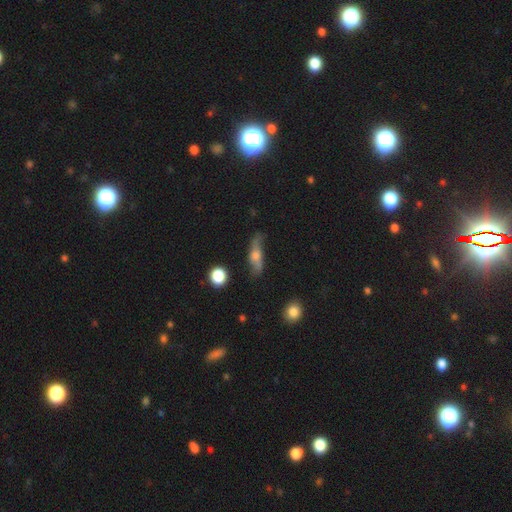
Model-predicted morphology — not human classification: Smooth or featured: featured or disk — 57% (smooth — 34%)
Edge-on disk: no — 61% (yes — 39%)
Merging: none — 60% (minor disturbance — 25%)